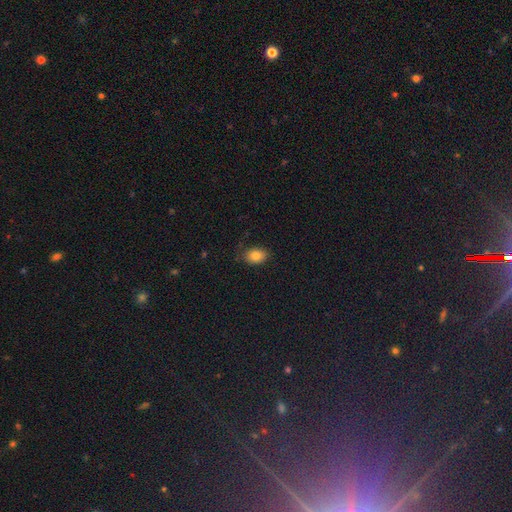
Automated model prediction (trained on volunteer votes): A smooth galaxy with no disk features (82%) that is in between round and cigar-shaped (74%).

Vote fractions:
- Smooth or featured? smooth: 82% / star or artifact: 10% / featured or disk: 8%
- How rounded? in between: 74% / round: 24% / cigar-shaped: 1%
- Merging? none: 81% / minor disturbance: 15% / major disturbance: 3% / merger: 1%